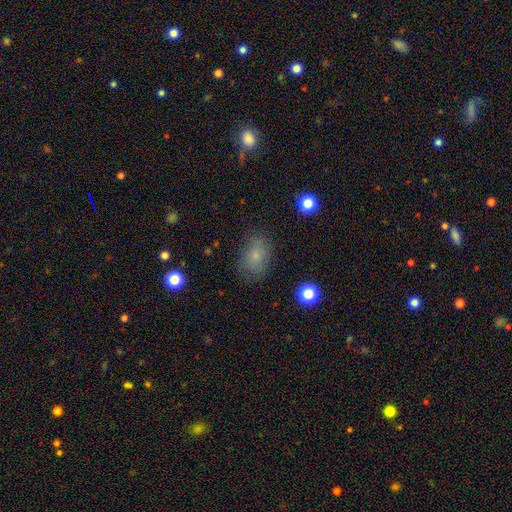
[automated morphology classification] Q: Smooth or featured?
A: smooth (74%); runner-up: featured or disk (14%)
Q: How rounded?
A: in between (79%); runner-up: round (19%)
Q: Merging?
A: none (75%); runner-up: minor disturbance (17%)